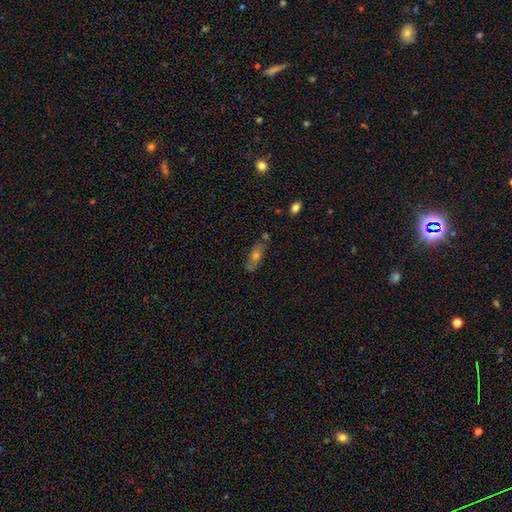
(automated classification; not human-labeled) Smooth or featured? smooth (52%)
How rounded? in between (69%)
Merging? none (73%)